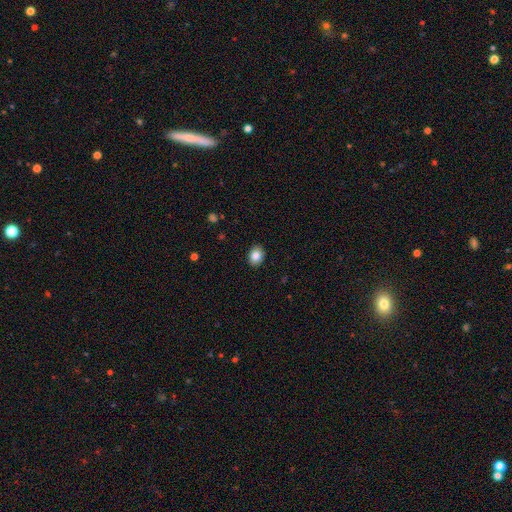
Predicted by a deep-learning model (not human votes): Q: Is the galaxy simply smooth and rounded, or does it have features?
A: smooth — 85%.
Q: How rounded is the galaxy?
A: in between — 59%.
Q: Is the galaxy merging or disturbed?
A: none — 90%.